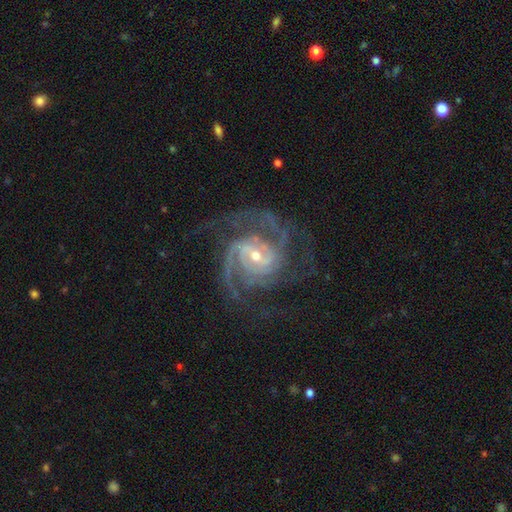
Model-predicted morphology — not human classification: featured or disk 92%, star or artifact 5%, smooth 3%. Down the decision tree: edge-on disk — no (98%); bar — weak (44%); spiral arms — yes (98%); spiral arm count — 3 (32%); spiral winding — tight (46%); bulge size — small (55%); merging — none (70%).